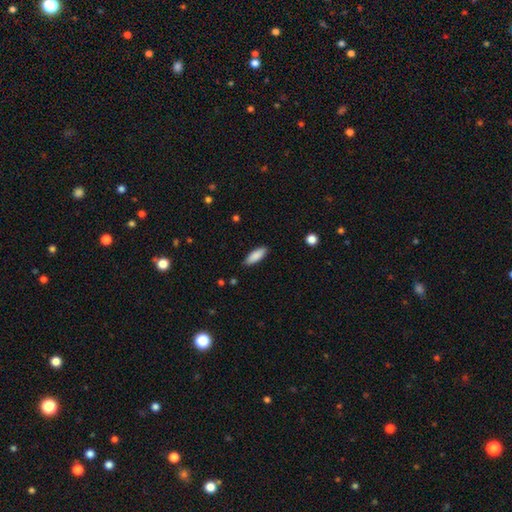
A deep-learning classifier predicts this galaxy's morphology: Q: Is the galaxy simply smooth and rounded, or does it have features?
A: smooth — 88%.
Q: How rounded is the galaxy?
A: in between — 66%.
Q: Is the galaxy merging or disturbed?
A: none — 87%.